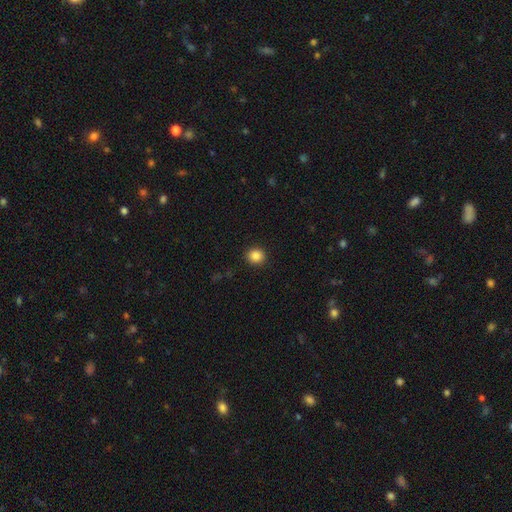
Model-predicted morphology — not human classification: This is clearly a smooth galaxy (86%). How rounded: clearly round (87%). Merging: clearly none (92%).